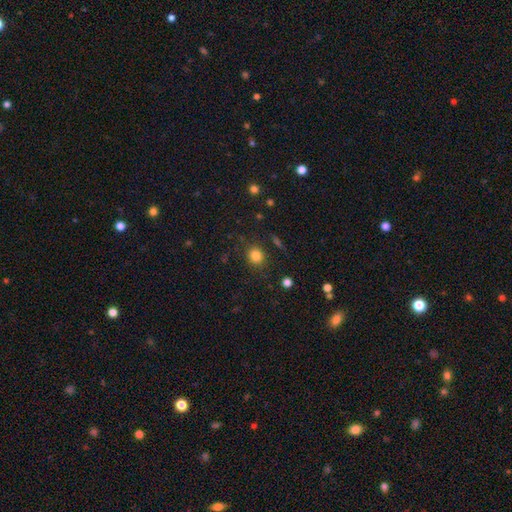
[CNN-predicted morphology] Q: Smooth or featured?
A: smooth (82%); runner-up: star or artifact (12%)
Q: How rounded?
A: round (78%); runner-up: in between (21%)
Q: Merging?
A: none (84%); runner-up: minor disturbance (10%)